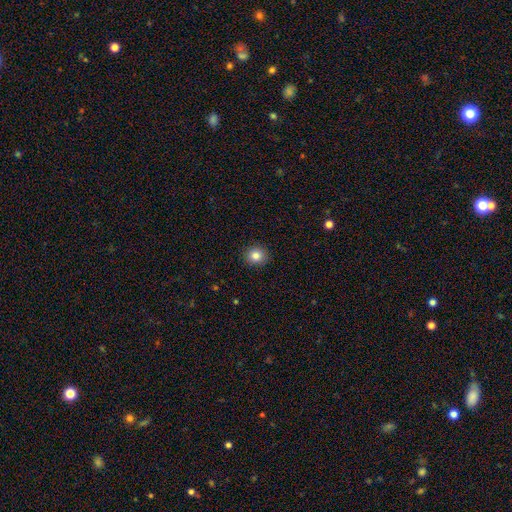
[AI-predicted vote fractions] Morphology: type=smooth (83%); roundness=round (84%); merging=none (91%).